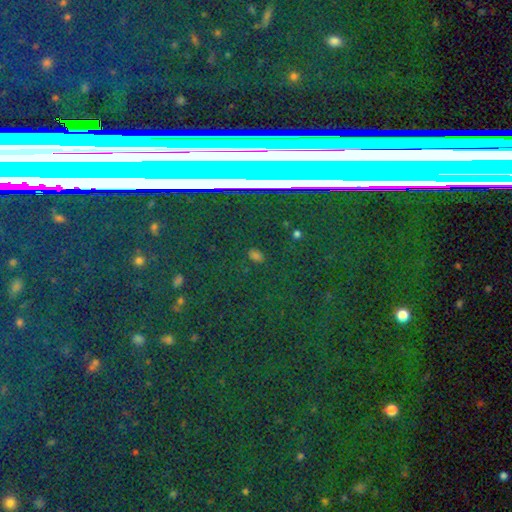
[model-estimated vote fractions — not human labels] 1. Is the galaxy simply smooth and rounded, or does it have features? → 60% star or artifact, 28% smooth, 13% featured or disk.